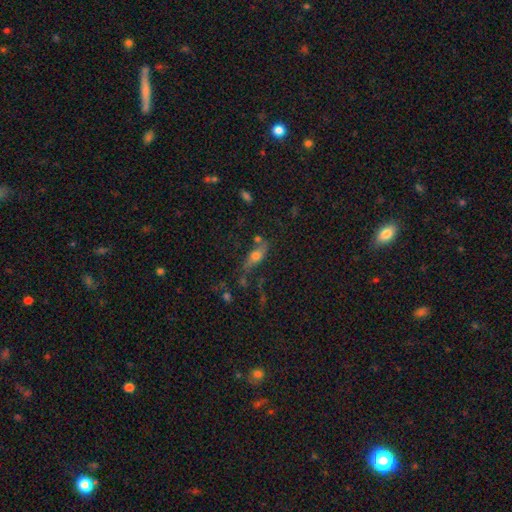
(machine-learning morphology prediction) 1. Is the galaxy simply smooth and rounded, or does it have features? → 53% smooth, 34% featured or disk, 13% star or artifact.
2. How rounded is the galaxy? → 64% in between, 29% cigar-shaped, 8% round.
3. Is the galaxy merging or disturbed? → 50% none, 21% minor disturbance, 15% merger, 14% major disturbance.